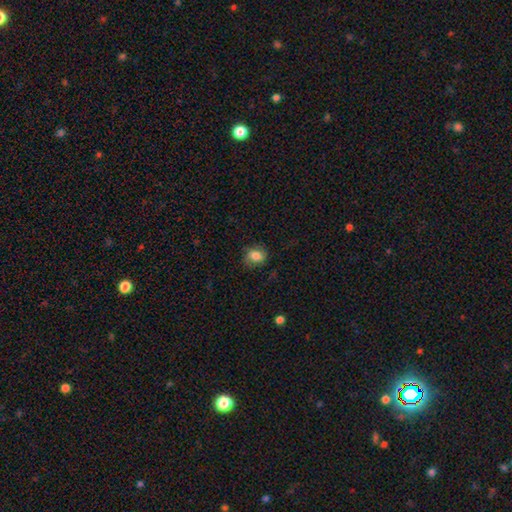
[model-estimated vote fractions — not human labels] This is likely a smooth galaxy (74%). How rounded: possibly round (55%). Merging: likely none (74%).